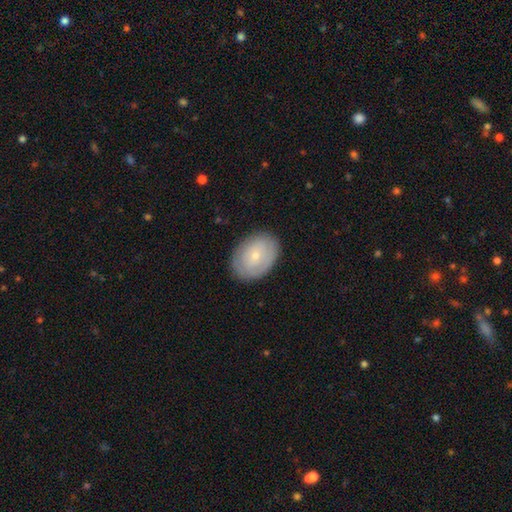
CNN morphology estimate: smooth 59%, featured or disk 34%, star or artifact 7%. Down the decision tree: how rounded — in between (73%); merging — none (84%).